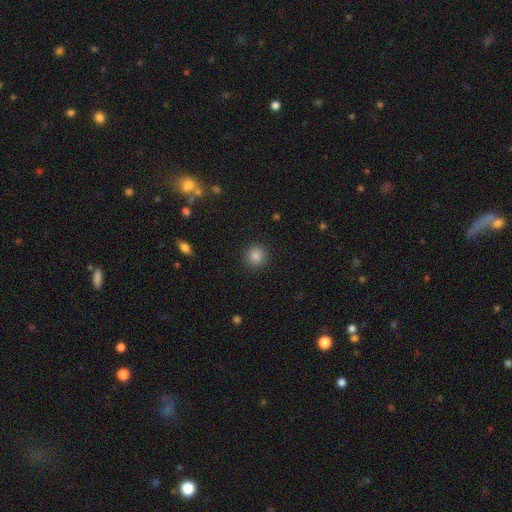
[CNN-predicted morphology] Smooth or featured? Predicted: smooth (p=0.84). How rounded? Predicted: round (p=0.92). Merging? Predicted: none (p=0.91).